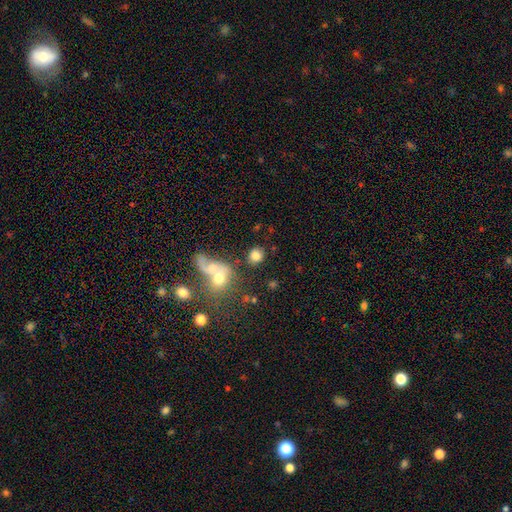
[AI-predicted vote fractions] This is likely a smooth galaxy (79%). How rounded: likely round (72%). Merging: likely none (68%).